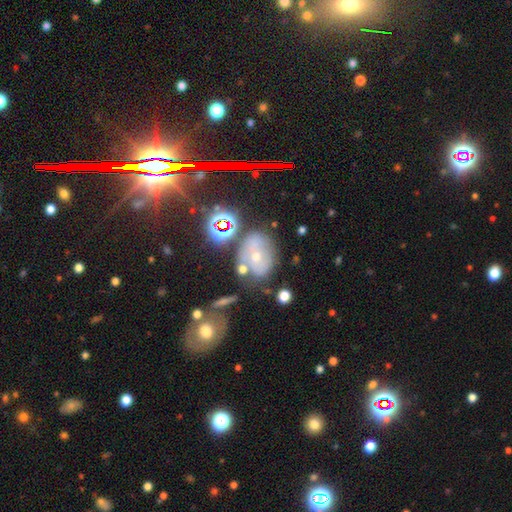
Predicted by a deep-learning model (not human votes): A featured or disk galaxy (41%).

Vote fractions:
- Smooth or featured? featured or disk: 41% / smooth: 38% / star or artifact: 22%
- Merging? none: 60% / minor disturbance: 20% / merger: 11% / major disturbance: 9%